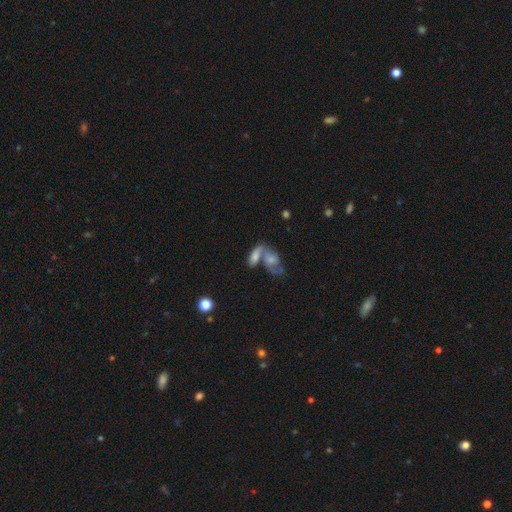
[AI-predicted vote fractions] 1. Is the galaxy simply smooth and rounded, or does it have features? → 46% featured or disk, 43% smooth, 11% star or artifact.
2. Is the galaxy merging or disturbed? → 58% merger, 26% none, 9% minor disturbance, 7% major disturbance.